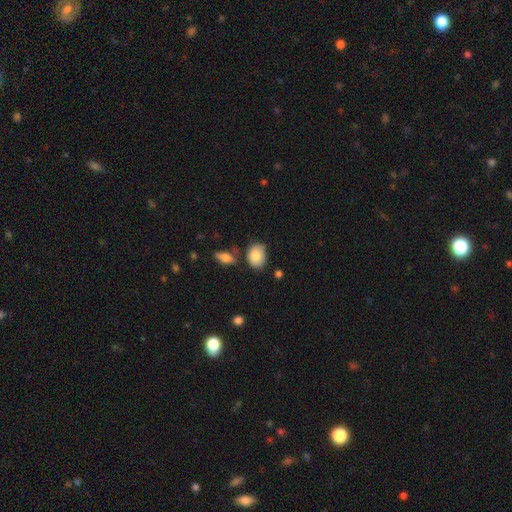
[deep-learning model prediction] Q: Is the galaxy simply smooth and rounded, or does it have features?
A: smooth — 81%.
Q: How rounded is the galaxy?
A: in between — 65%.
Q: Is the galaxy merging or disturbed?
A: none — 67%.